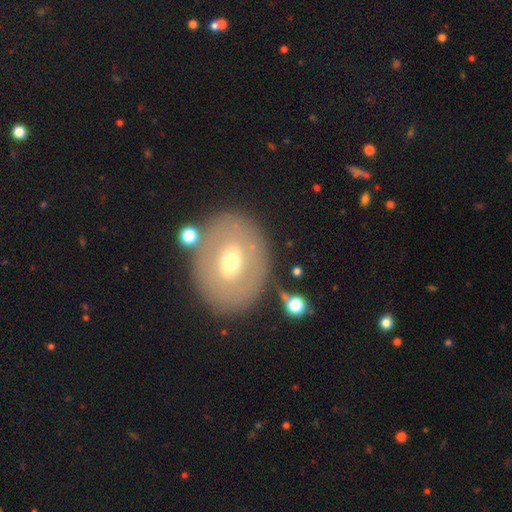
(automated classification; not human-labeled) Overall: featured or disk (50%; smooth 35%). Edge-on disk: no (93%). Merging: none (81%).